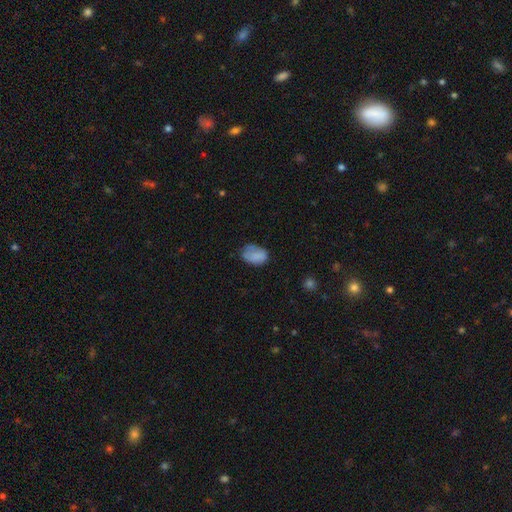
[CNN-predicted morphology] Q: Smooth or featured?
A: smooth (80%); runner-up: featured or disk (11%)
Q: How rounded?
A: in between (83%); runner-up: round (16%)
Q: Merging?
A: none (58%); runner-up: minor disturbance (30%)